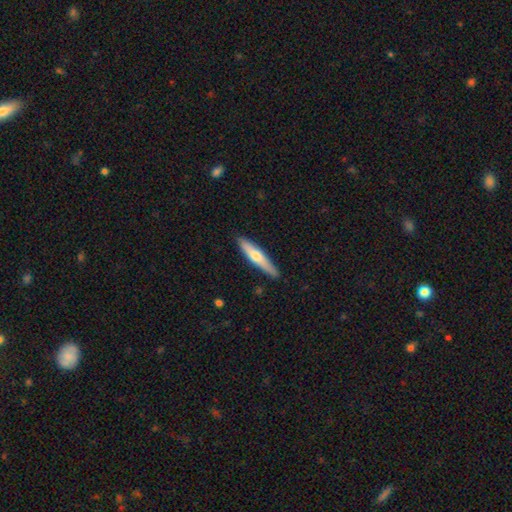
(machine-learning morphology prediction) The model was most divided on "smooth or featured": smooth: 56%, featured or disk: 39%, star or artifact: 5%. More confident: merging — none (86%); how rounded — cigar-shaped (85%).